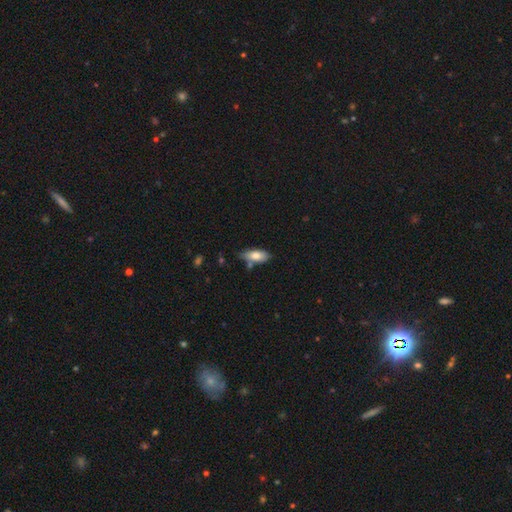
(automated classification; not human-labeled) Morphology: type=smooth (74%); roundness=in between (82%); merging=none (66%).